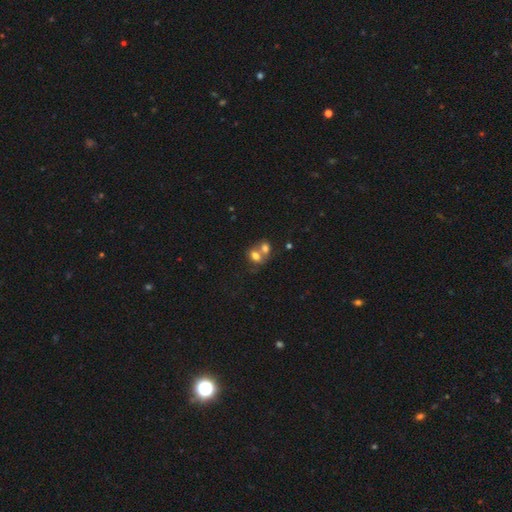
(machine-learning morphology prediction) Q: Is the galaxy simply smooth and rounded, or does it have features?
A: smooth — 73%.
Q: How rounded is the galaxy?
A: in between — 63%.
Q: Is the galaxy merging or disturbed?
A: merger — 65%.